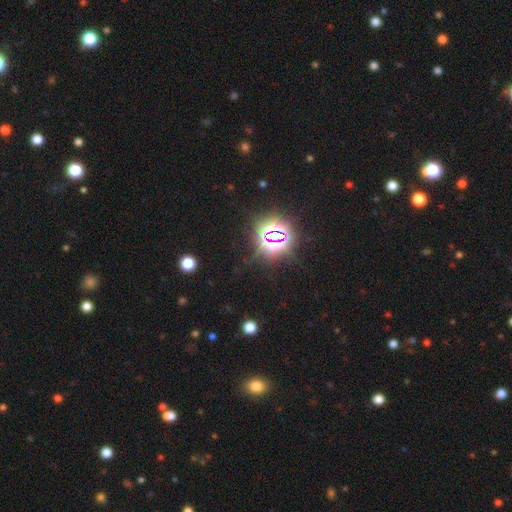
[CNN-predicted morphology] This appears to be a star or artifact, not a galaxy (77%).